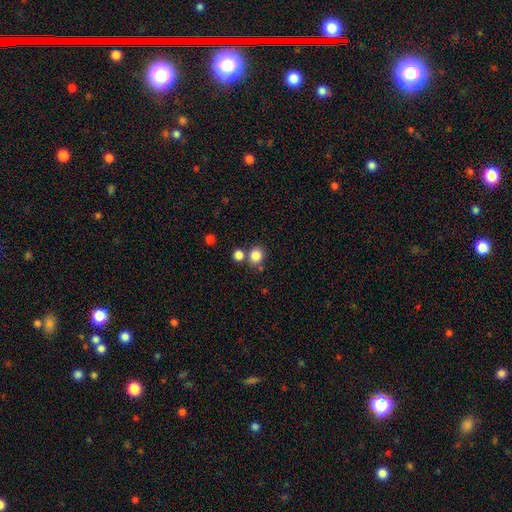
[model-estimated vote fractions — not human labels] This appears to be a smooth galaxy with no disk features (84%) that is round (81%). Merging: none (70%).